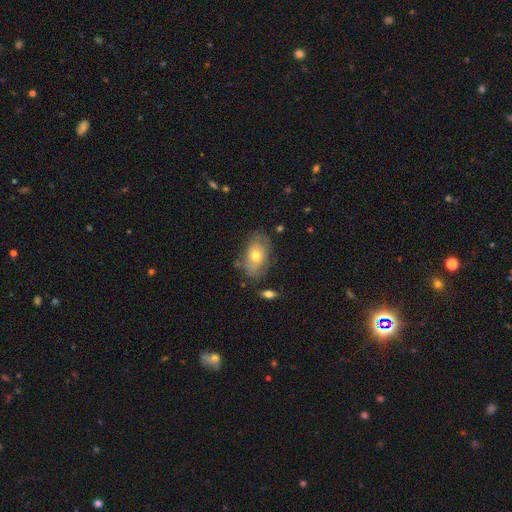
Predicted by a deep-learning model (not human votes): smooth 61%, featured or disk 32%, star or artifact 8%. Down the decision tree: how rounded — in between (87%); merging — none (66%).